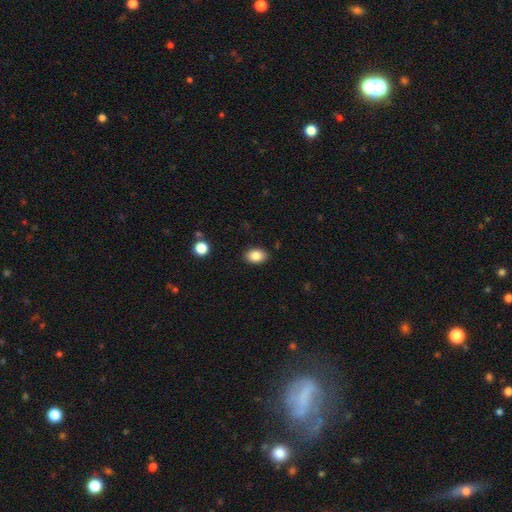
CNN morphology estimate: Smooth or featured? Predicted: smooth (p=0.86). How rounded? Predicted: in between (p=0.82). Merging? Predicted: none (p=0.87).